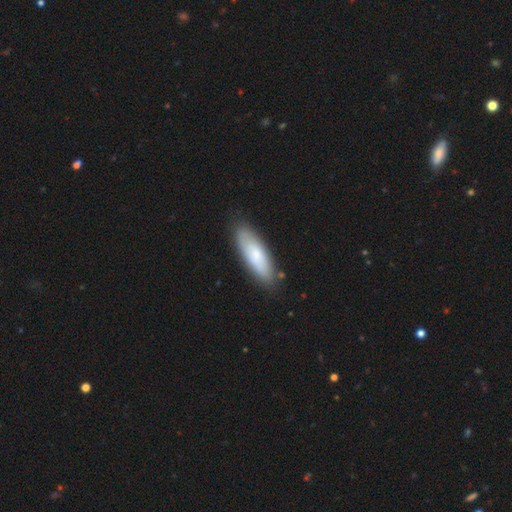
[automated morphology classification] Smooth or featured? smooth (73%)
How rounded? in between (51%)
Merging? none (82%)